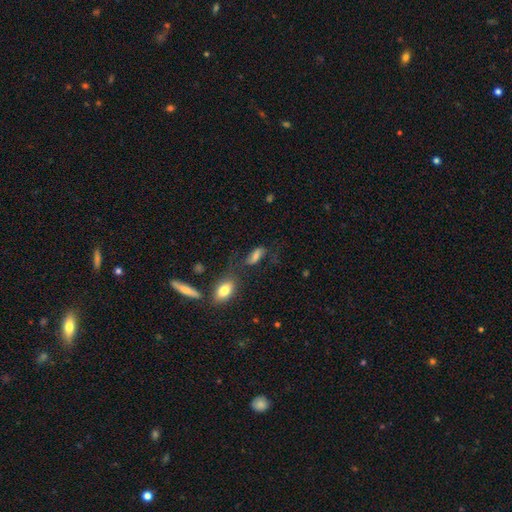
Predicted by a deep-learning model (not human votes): Smooth or featured? Predicted: smooth (p=0.57). How rounded? Predicted: in between (p=0.73). Merging? Predicted: none (p=0.54).